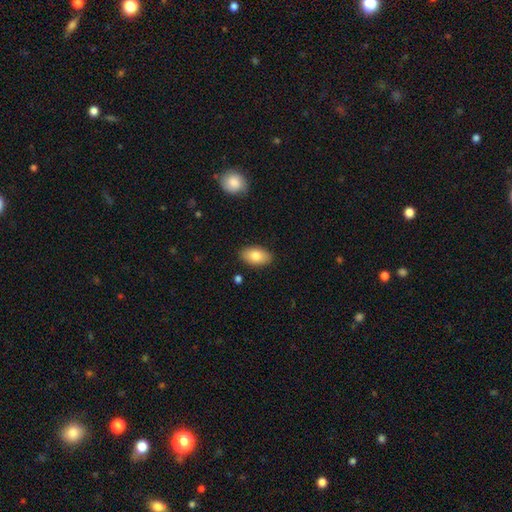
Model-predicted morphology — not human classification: type=smooth (81%); roundness=in between (93%); merging=none (87%).